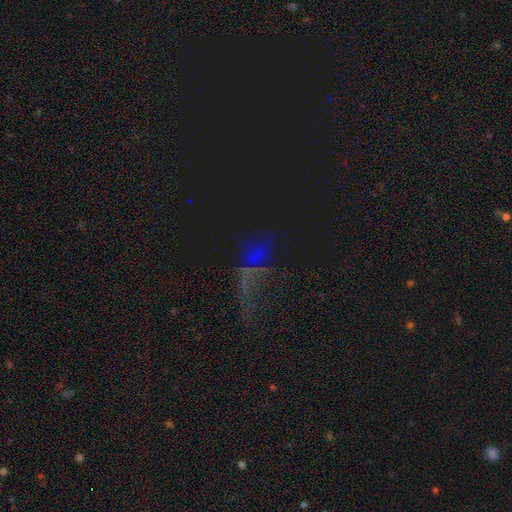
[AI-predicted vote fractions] This appears to be a star or artifact, not a galaxy (75%).